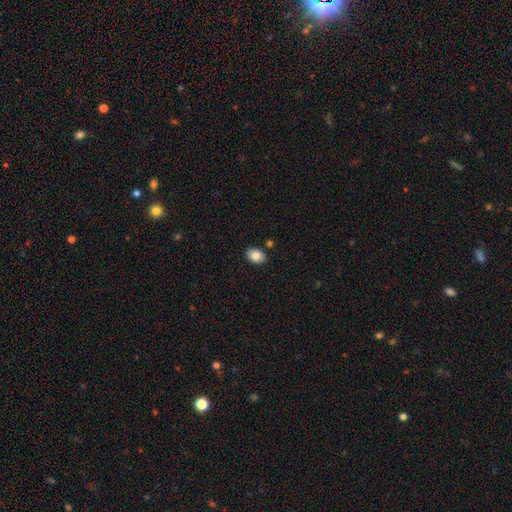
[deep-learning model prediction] This appears to be a smooth galaxy with no disk features (82%) that is in between round and cigar-shaped (76%). Merging: none (87%).